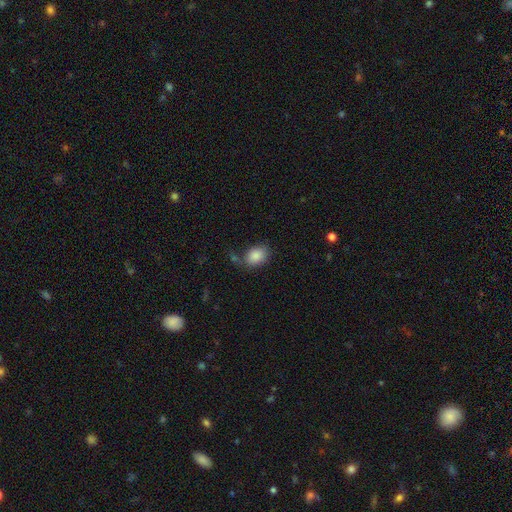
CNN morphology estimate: Smooth or featured? Predicted: smooth (p=0.86). How rounded? Predicted: in between (p=0.70). Merging? Predicted: none (p=0.68).